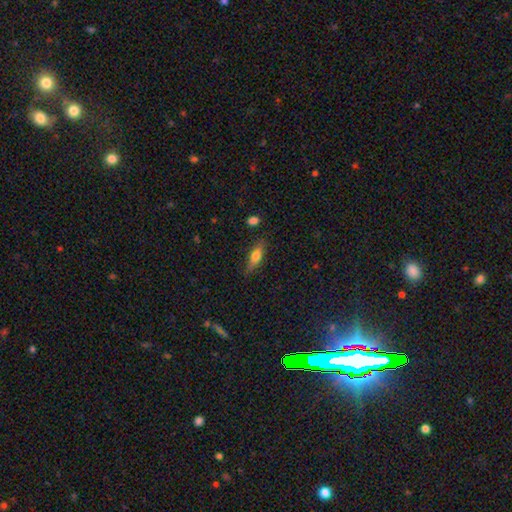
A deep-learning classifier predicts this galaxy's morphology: This appears to be a smooth galaxy with no disk features (64%) that is in between round and cigar-shaped (53%). Merging: none (77%).